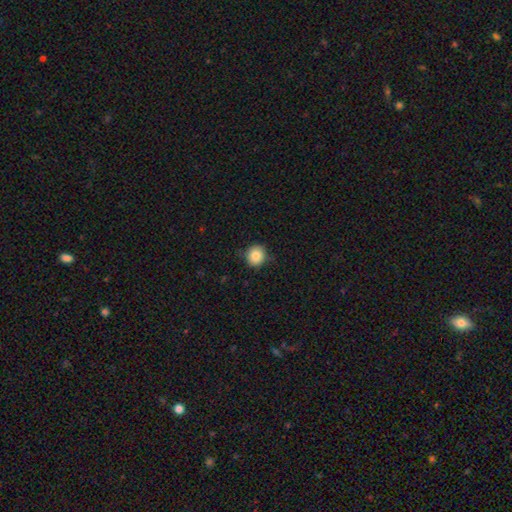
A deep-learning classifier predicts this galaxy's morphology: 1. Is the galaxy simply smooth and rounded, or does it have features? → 85% smooth, 10% star or artifact, 6% featured or disk.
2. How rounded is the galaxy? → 87% round, 12% in between, 1% cigar-shaped.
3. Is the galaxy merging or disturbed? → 83% none, 13% minor disturbance, 3% major disturbance, 1% merger.